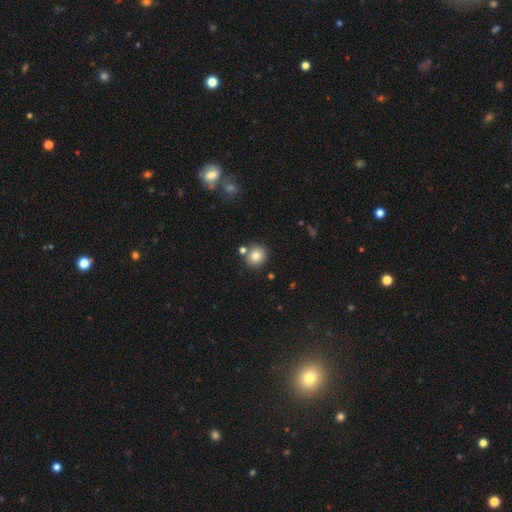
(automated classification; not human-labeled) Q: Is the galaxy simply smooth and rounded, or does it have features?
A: smooth — 80%.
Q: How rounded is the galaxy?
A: round — 88%.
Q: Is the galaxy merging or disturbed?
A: none — 77%.